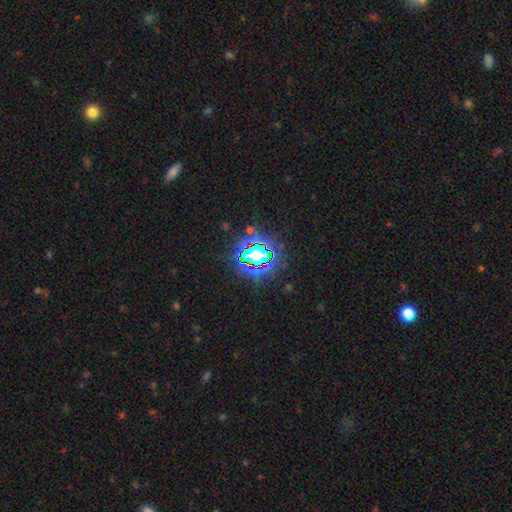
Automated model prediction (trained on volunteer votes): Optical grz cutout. It shows a star or artifact, not a galaxy (73%).